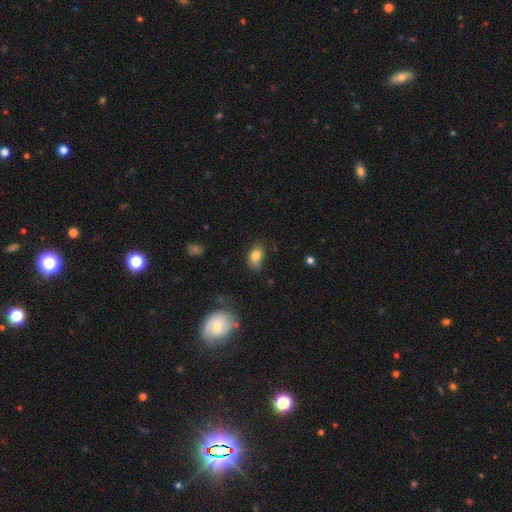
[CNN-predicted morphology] Overall: smooth (81%). How rounded: in between (84%). Merging: none (61%; minor disturbance 29%).